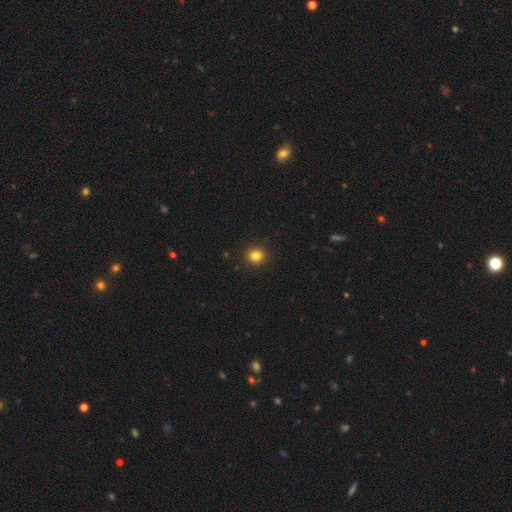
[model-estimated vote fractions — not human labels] A smooth galaxy with no disk features (84%) that is round (82%). Merging: none (92%).